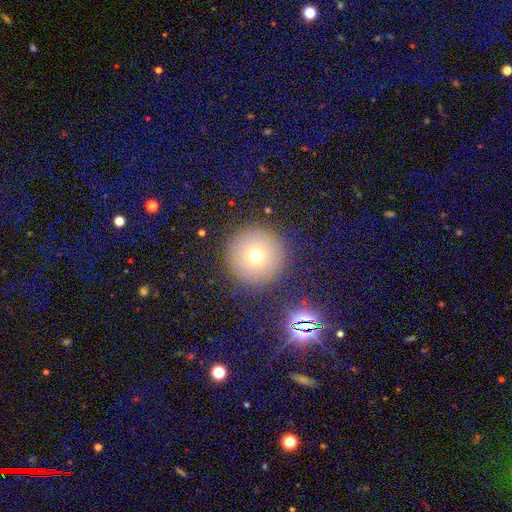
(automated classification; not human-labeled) Morphology: type=smooth (69%); roundness=round (96%); merging=none (87%).